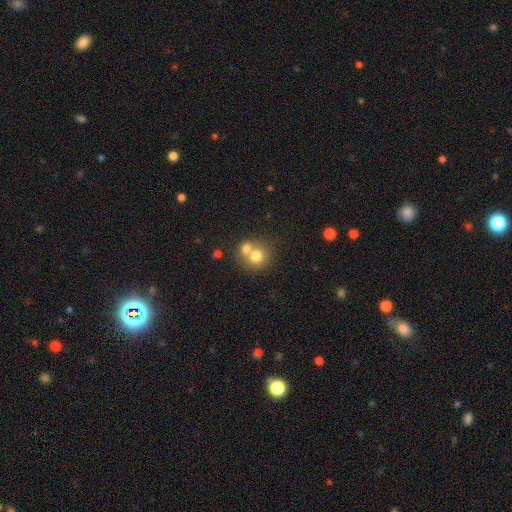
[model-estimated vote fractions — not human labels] Smooth or featured? smooth (74%)
How rounded? round (83%)
Merging? merger (52%)